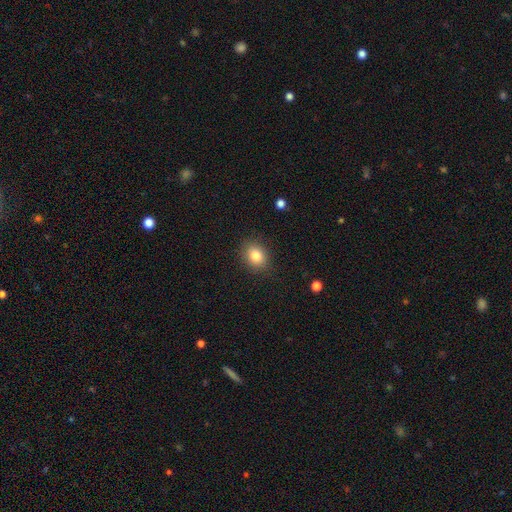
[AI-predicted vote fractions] smooth_or_featured: smooth (p=0.84) [alt: star or artifact p=0.10]
how_rounded: round (p=0.51) [alt: in between p=0.48]
merging: none (p=0.87) [alt: minor disturbance p=0.10]